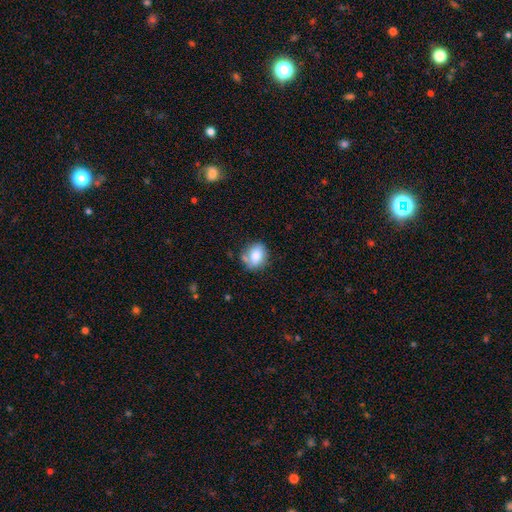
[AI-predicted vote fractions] Smooth or featured? Predicted: smooth (p=0.78). How rounded? Predicted: round (p=0.57). Merging? Predicted: none (p=0.62).